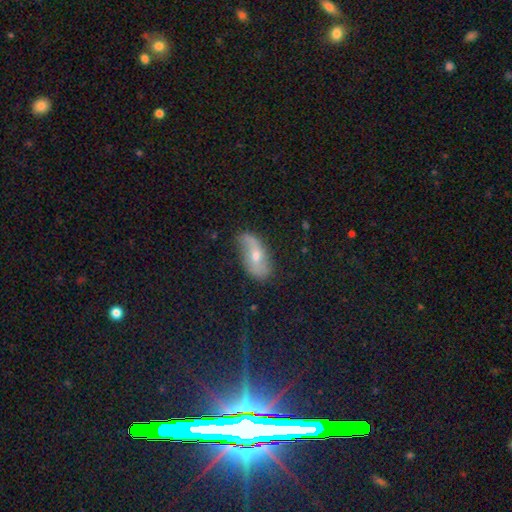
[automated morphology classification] smooth_or_featured: featured or disk (p=0.57) [alt: smooth p=0.34]
disk_edge_on: no (p=0.89) [alt: yes p=0.11]
bar: no (p=0.60) [alt: weak p=0.29]
has_spiral_arms: yes (p=0.78) [alt: no p=0.22]
bulge_size: moderate (p=0.61) [alt: small p=0.34]
merging: none (p=0.63) [alt: minor disturbance p=0.26]